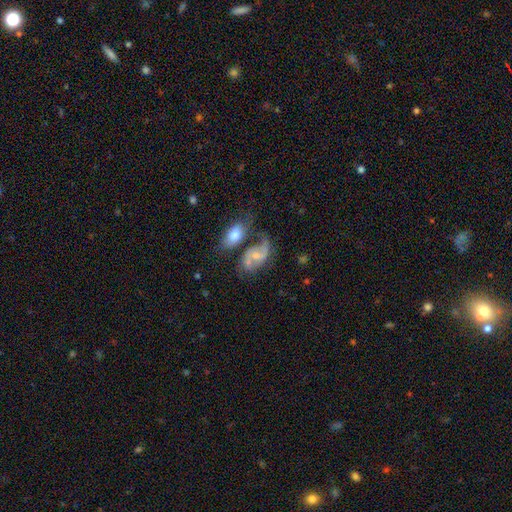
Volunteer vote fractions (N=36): This appears to be a featured or disk galaxy (81%) with no bar (70%), 2 (47%) loose (68%) spiral arms (70%) and a moderate central bulge (63%). Merging: merger (49%).